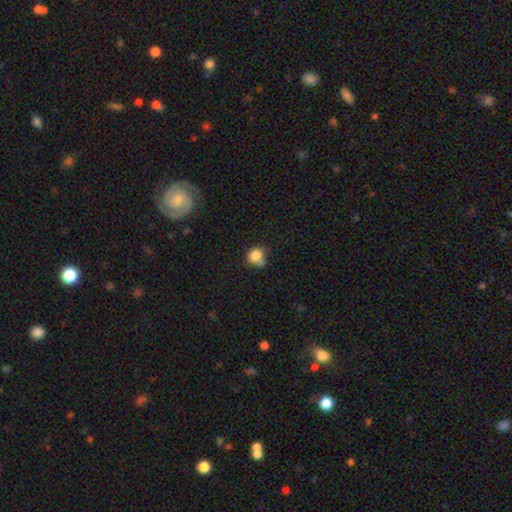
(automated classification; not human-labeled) Overall: smooth (82%). How rounded: round (73%). Merging: none (52%; minor disturbance 22%).